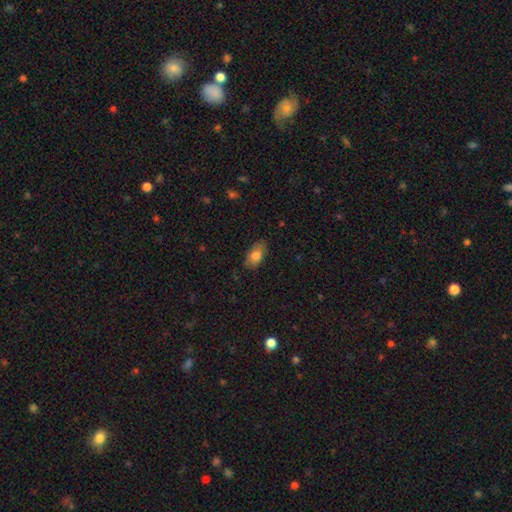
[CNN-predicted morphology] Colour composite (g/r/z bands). It shows a smooth galaxy with no disk features (77%) that is in between round and cigar-shaped (90%). Merging: none (81%).